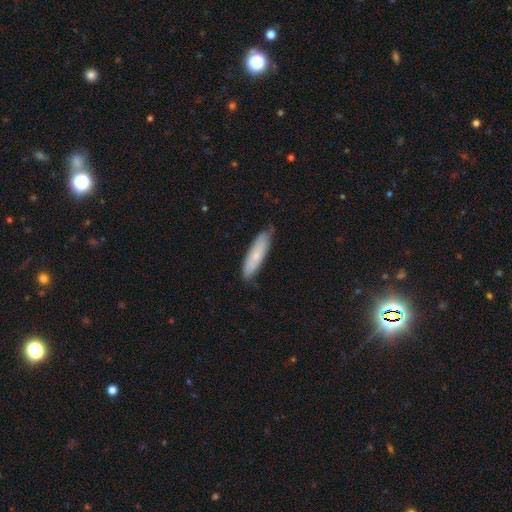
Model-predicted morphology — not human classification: This is likely a smooth galaxy (66%). How rounded: likely cigar-shaped (66%). Merging: likely none (76%).